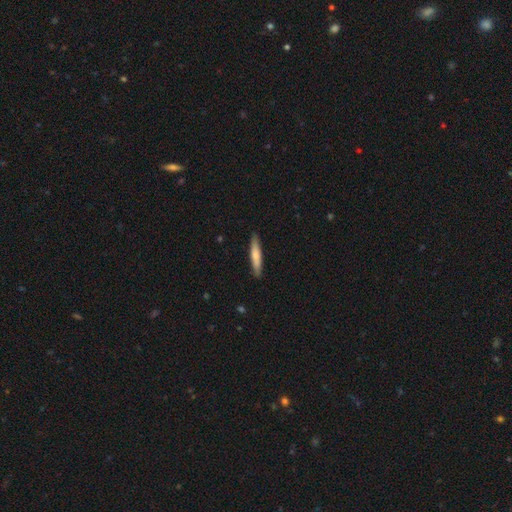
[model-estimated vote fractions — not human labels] Overall: smooth (73%). How rounded: cigar-shaped (91%). Merging: none (89%).